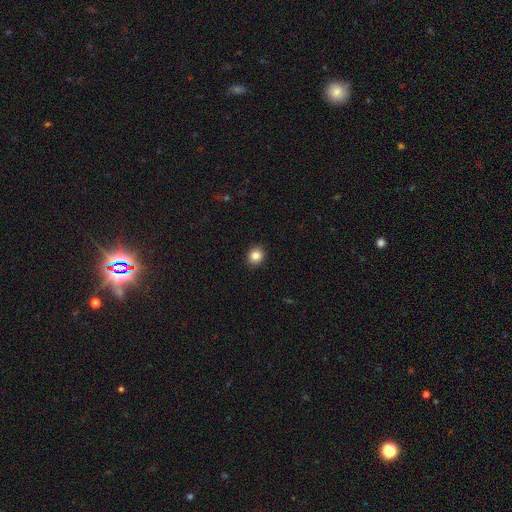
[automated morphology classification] The model was most divided on "how rounded": round: 80%, in between: 19%, cigar-shaped: 1%. More confident: merging — none (91%); smooth or featured — smooth (85%).